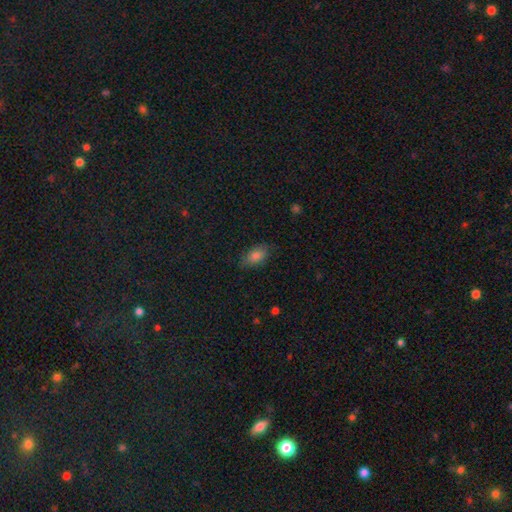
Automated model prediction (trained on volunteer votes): smooth-or-featured: smooth: 81% | star or artifact: 10% | featured or disk: 9%
  how-rounded: in between: 90% | round: 6% | cigar-shaped: 4%
  merging: none: 80% | minor disturbance: 16% | major disturbance: 4% | merger: 1%